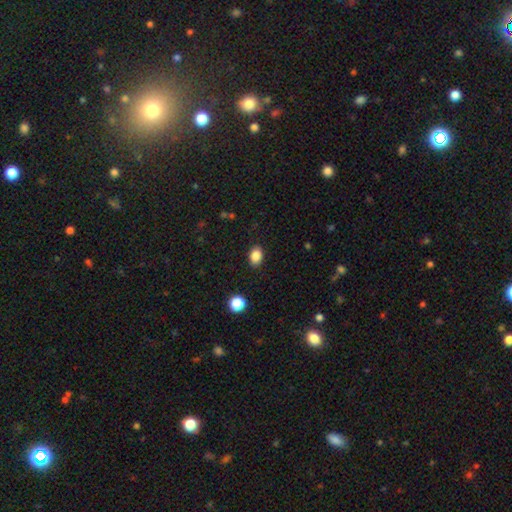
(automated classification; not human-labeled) Smooth or featured?
  - smooth: 86% *
  - star or artifact: 9%
  - featured or disk: 4%
How rounded?
  - in between: 78% *
  - round: 21%
  - cigar-shaped: 1%
Merging?
  - none: 88% *
  - minor disturbance: 9%
  - major disturbance: 2%
  - merger: 1%